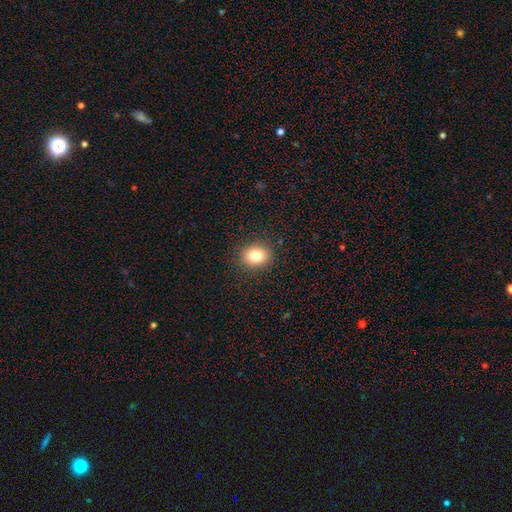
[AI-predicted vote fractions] A smooth galaxy with no disk features (82%) that is in between round and cigar-shaped (52%).

Vote fractions:
- Smooth or featured? smooth: 82% / star or artifact: 10% / featured or disk: 8%
- How rounded? in between: 52% / round: 47% / cigar-shaped: 1%
- Merging? none: 89% / minor disturbance: 8% / major disturbance: 3% / merger: 1%